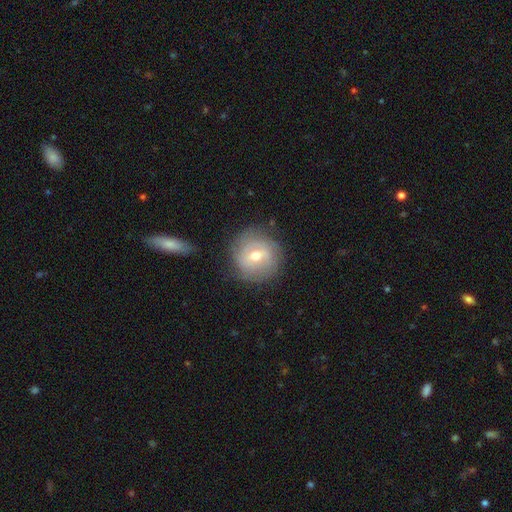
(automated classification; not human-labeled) featured or disk 53%, smooth 39%, star or artifact 8%. Down the decision tree: edge-on disk — no (94%); merging — none (76%).